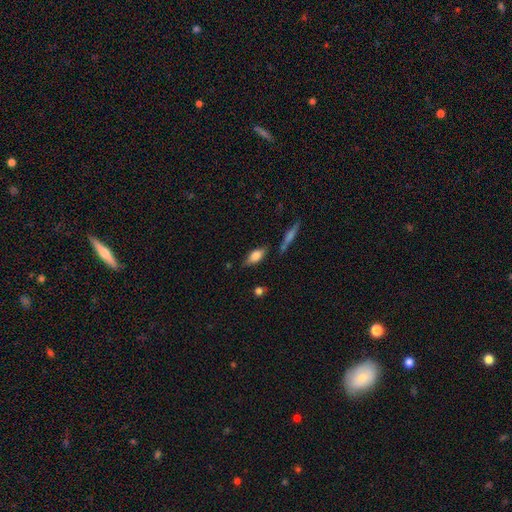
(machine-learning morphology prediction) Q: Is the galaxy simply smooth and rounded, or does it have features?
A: smooth — 72%.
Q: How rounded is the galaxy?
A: in between — 79%.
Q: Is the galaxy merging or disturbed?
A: none — 73%.